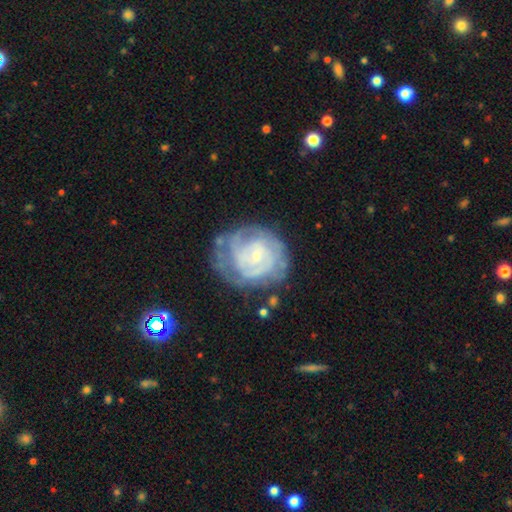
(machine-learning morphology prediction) This appears to be a featured or disk galaxy (77%) with no bar (69%), tight (72%) spiral arms (85%) and a small central bulge (78%). Merging: none (60%).